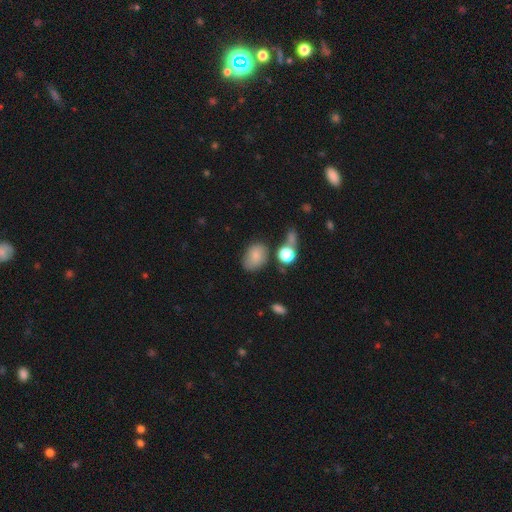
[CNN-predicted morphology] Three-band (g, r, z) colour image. It shows a smooth galaxy with no disk features (78%) that is in between round and cigar-shaped (77%). Merging: none (62%).